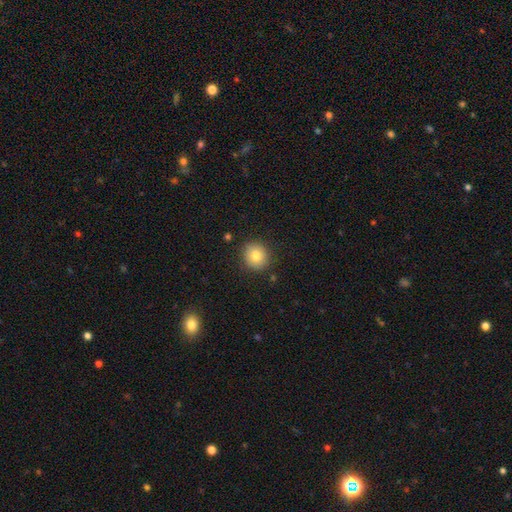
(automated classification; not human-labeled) This is clearly a smooth galaxy (80%). How rounded: clearly round (86%). Merging: clearly none (88%).